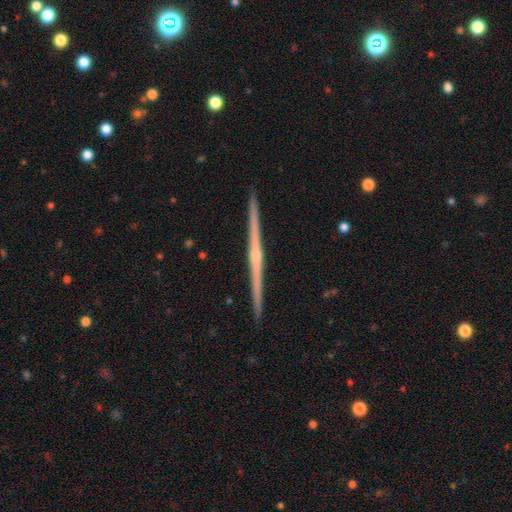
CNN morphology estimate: This appears to be a featured or disk galaxy (84%) viewed edge-on (99%) with a rounded central bulge (57%). Merging: none (93%).